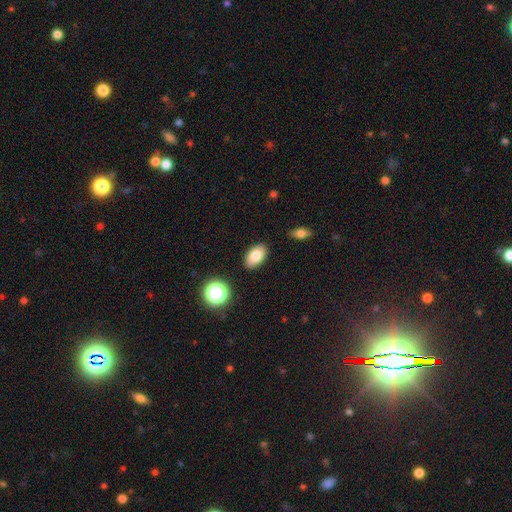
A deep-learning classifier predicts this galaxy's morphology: A smooth galaxy with no disk features (82%) that is in between round and cigar-shaped (92%). Merging: none (87%).